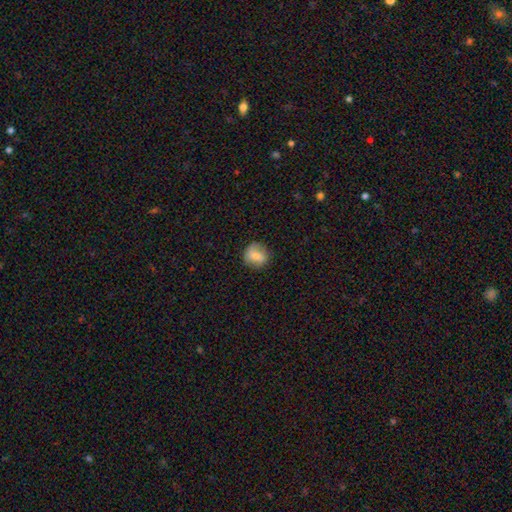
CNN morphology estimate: Smooth or featured: smooth — 71% (featured or disk — 21%)
How rounded: round — 82% (in between — 16%)
Merging: none — 81% (minor disturbance — 14%)